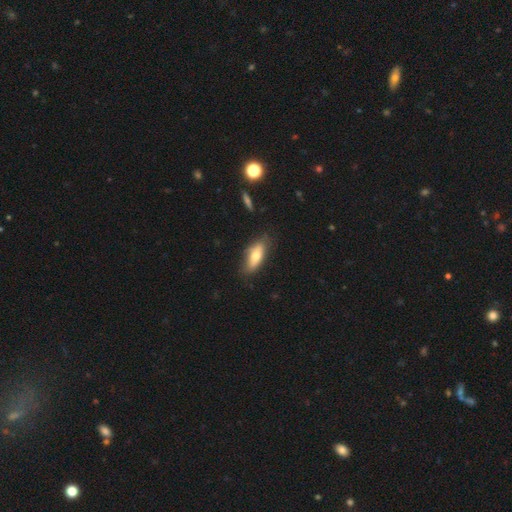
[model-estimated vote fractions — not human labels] Morphology: type=smooth (66%); roundness=in between (70%); merging=none (76%).